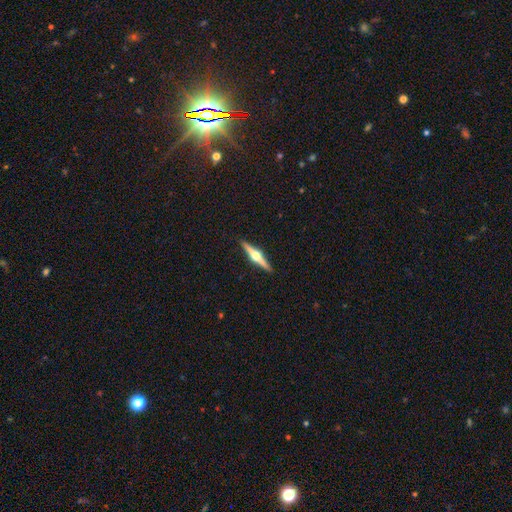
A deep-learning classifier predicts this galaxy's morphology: A featured or disk galaxy (80%) viewed edge-on (98%) with a rounded central bulge (96%). Merging: none (92%).